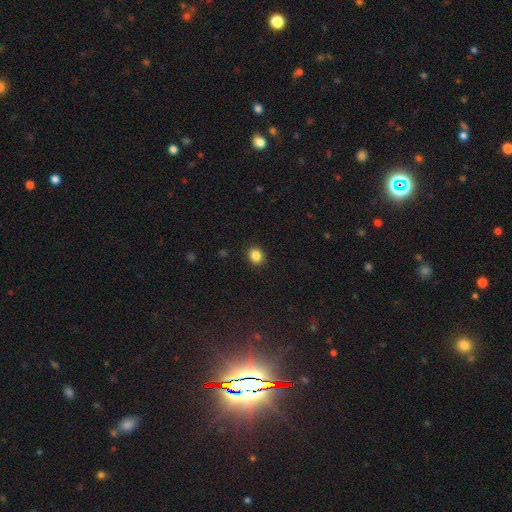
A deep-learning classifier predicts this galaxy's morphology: smooth_or_featured: smooth (p=0.85) [alt: star or artifact p=0.11]
how_rounded: round (p=0.68) [alt: in between p=0.31]
merging: none (p=0.91) [alt: minor disturbance p=0.06]